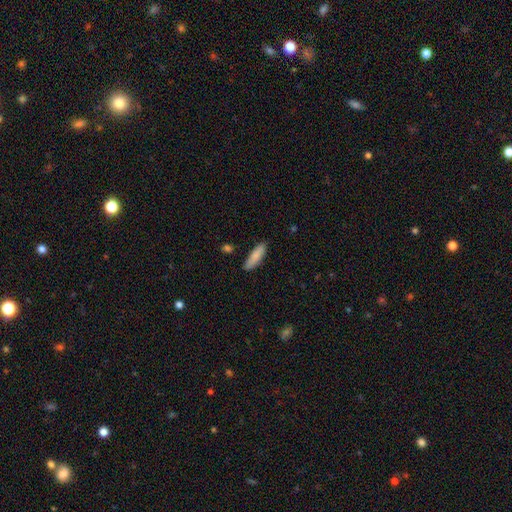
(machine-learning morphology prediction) smooth_or_featured: smooth (p=0.85) [alt: featured or disk p=0.09]
how_rounded: cigar-shaped (p=0.62) [alt: in between p=0.36]
merging: none (p=0.85) [alt: minor disturbance p=0.11]